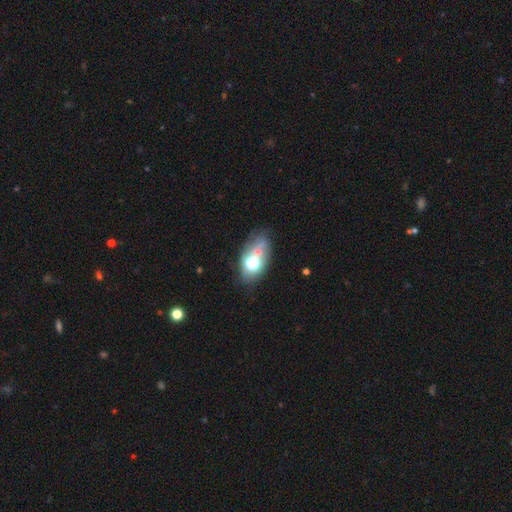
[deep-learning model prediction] Smooth or featured? Predicted: smooth (p=0.50). Merging? Predicted: none (p=0.49).